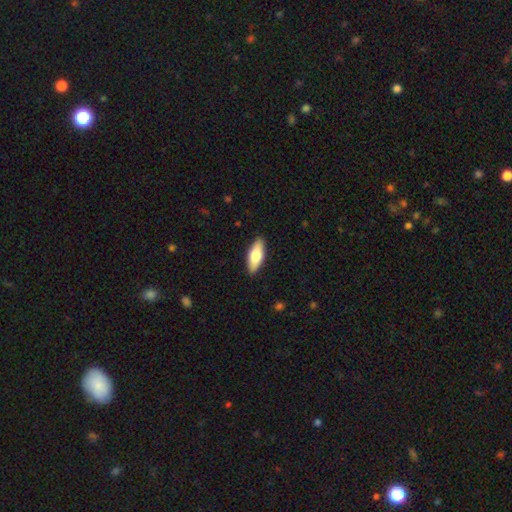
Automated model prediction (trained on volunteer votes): Smooth or featured? smooth (71%)
How rounded? in between (72%)
Merging? none (89%)